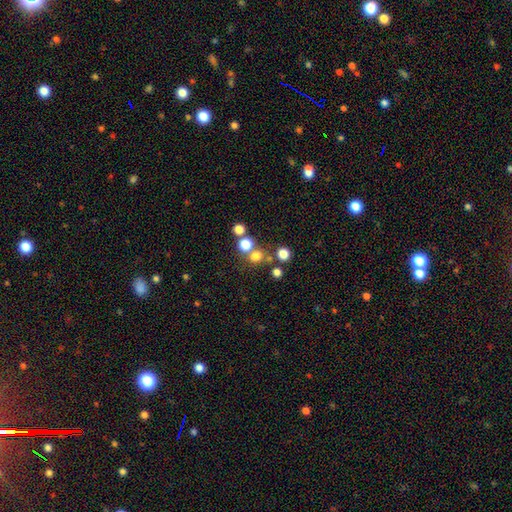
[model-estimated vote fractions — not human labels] smooth-or-featured: smooth: 72% | star or artifact: 19% | featured or disk: 9%
  how-rounded: round: 86% | in between: 13% | cigar-shaped: 1%
  merging: none: 64% | merger: 25% | minor disturbance: 7% | major disturbance: 4%